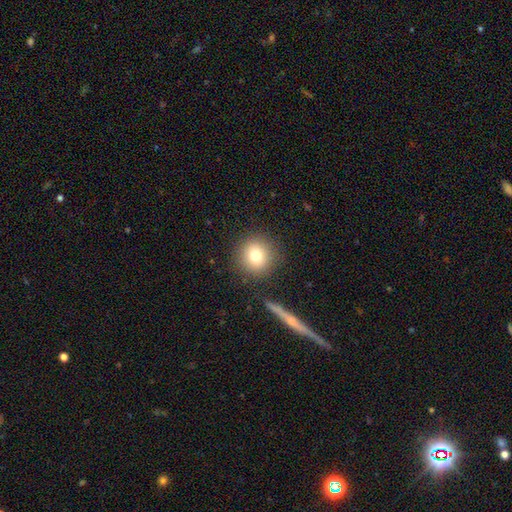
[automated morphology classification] This appears to be a smooth galaxy with no disk features (78%) that is round (92%). Merging: none (87%).